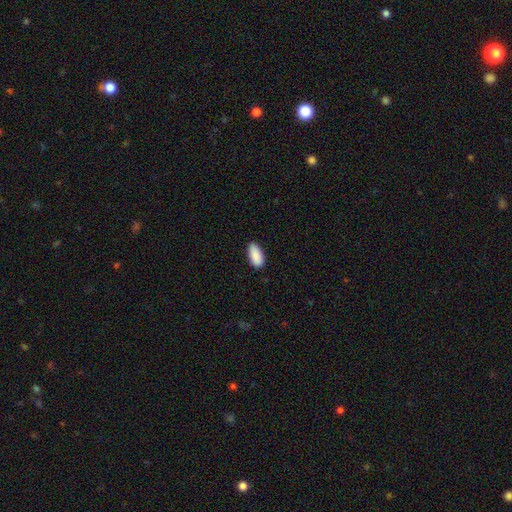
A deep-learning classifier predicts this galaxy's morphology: Q: Smooth or featured?
A: smooth (91%); runner-up: star or artifact (6%)
Q: How rounded?
A: in between (91%); runner-up: cigar-shaped (8%)
Q: Merging?
A: none (86%); runner-up: minor disturbance (11%)